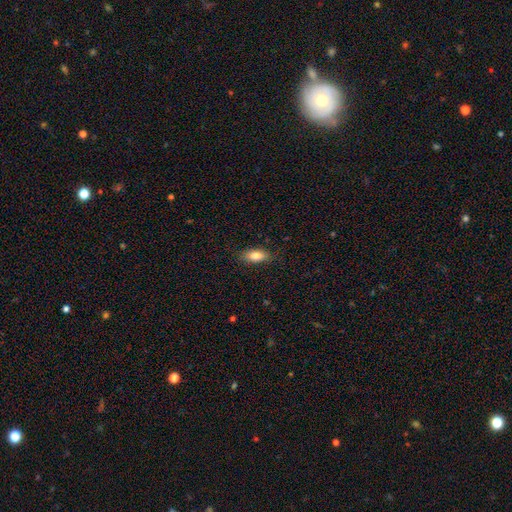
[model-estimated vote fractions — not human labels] smooth-or-featured: smooth: 84% | featured or disk: 9% | star or artifact: 7%
  how-rounded: in between: 85% | cigar-shaped: 11% | round: 4%
  merging: none: 83% | minor disturbance: 13% | major disturbance: 3% | merger: 1%